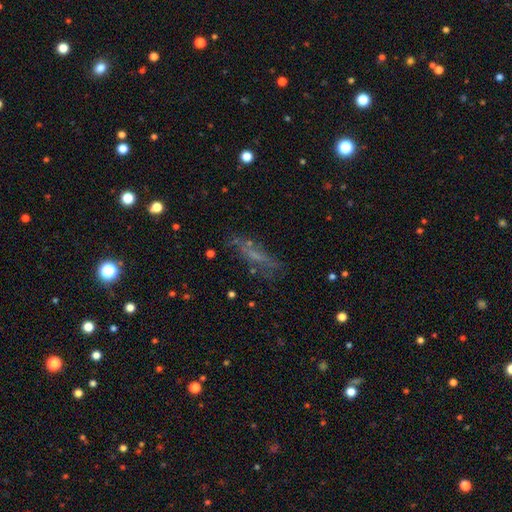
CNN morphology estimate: Smooth or featured: smooth — 42% (featured or disk — 41%)
Merging: none — 62% (minor disturbance — 20%)